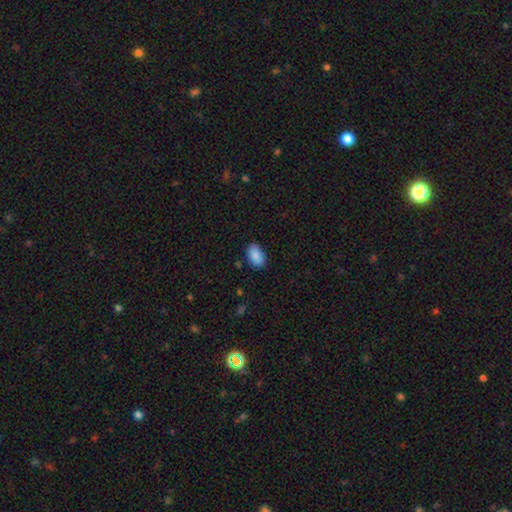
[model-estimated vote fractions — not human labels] Smooth or featured? Predicted: smooth (p=0.88). How rounded? Predicted: in between (p=0.91). Merging? Predicted: none (p=0.80).